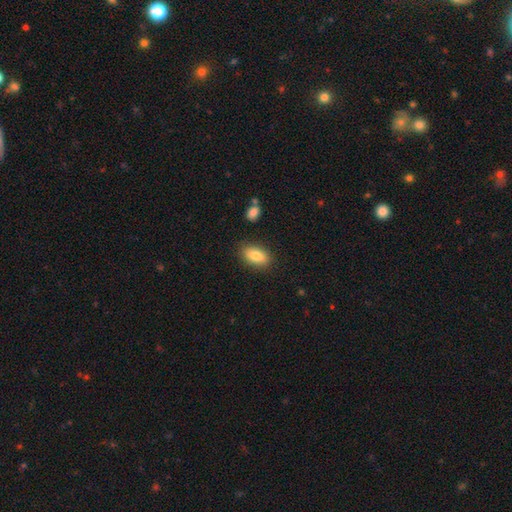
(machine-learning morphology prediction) The model was most divided on "smooth or featured": smooth: 83%, featured or disk: 10%, star or artifact: 7%. More confident: how rounded — in between (89%); merging — none (85%).